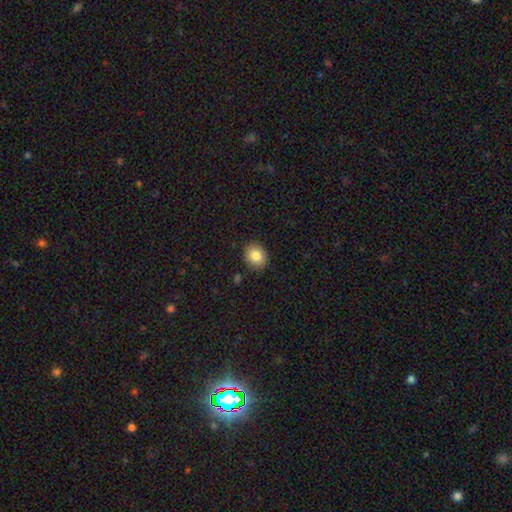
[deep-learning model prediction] smooth 83%, star or artifact 9%, featured or disk 8%. Down the decision tree: how rounded — round (62%); merging — none (88%).